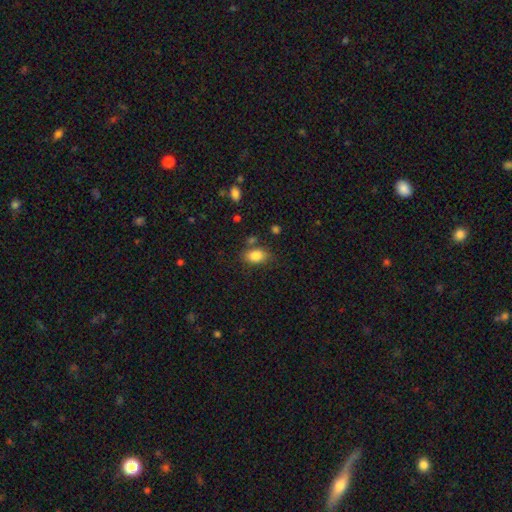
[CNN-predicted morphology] This is clearly a smooth galaxy (84%). How rounded: clearly in between (85%). Merging: likely none (75%).